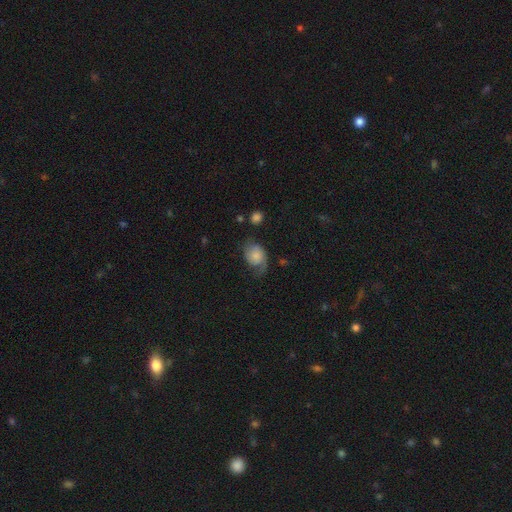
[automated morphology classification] Smooth or featured? smooth (50%)
How rounded? in between (64%)
Merging? none (45%)